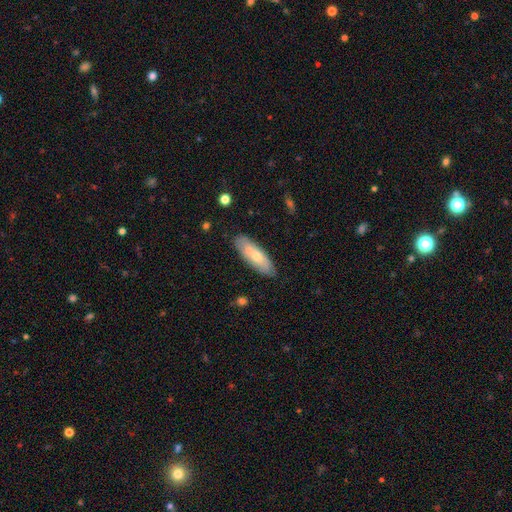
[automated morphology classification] type=smooth (59%); roundness=in between (60%); merging=none (78%).